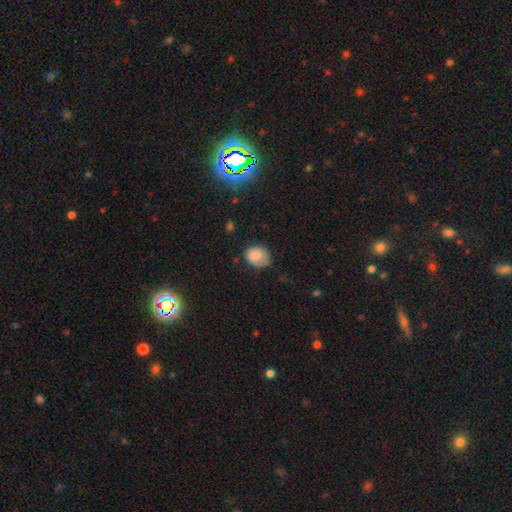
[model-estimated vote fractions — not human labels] This is clearly a smooth galaxy (82%). How rounded: possibly round (54%). Merging: possibly none (60%).